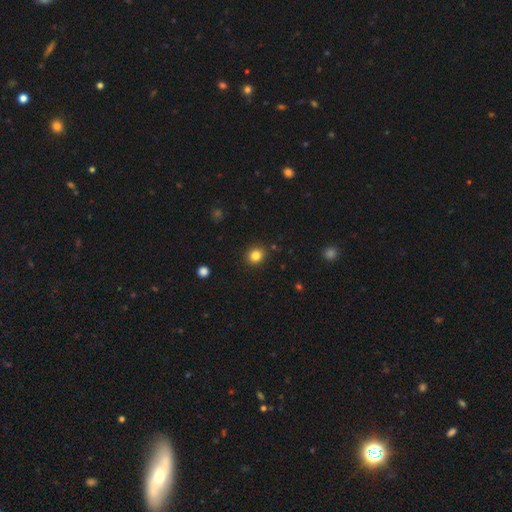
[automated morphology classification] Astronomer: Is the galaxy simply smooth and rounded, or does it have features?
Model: smooth — 83%.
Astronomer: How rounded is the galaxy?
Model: round — 82%.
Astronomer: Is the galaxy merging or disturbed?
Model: none — 90%.